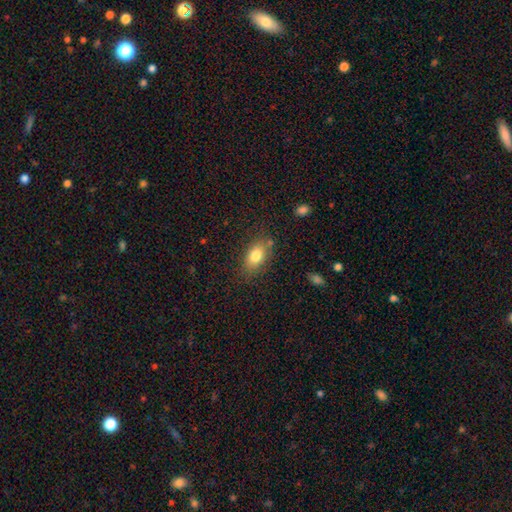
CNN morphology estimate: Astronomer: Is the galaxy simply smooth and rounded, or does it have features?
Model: smooth — 80%.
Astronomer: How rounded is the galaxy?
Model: in between — 87%.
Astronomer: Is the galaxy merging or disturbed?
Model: none — 75%.